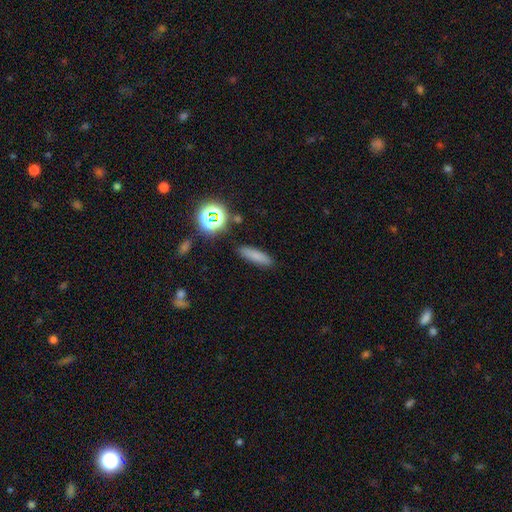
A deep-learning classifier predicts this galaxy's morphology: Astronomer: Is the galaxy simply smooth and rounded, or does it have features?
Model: smooth — 76%.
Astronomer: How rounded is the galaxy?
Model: cigar-shaped — 71%.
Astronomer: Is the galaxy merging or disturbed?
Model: none — 87%.